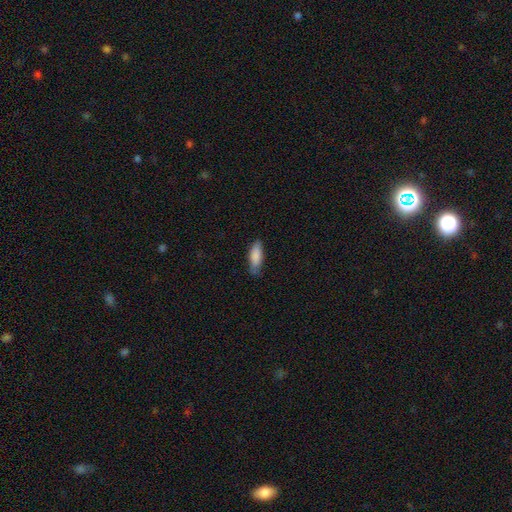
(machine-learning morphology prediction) Overall: smooth (85%). How rounded: in between (58%; cigar-shaped 40%). Merging: none (73%).